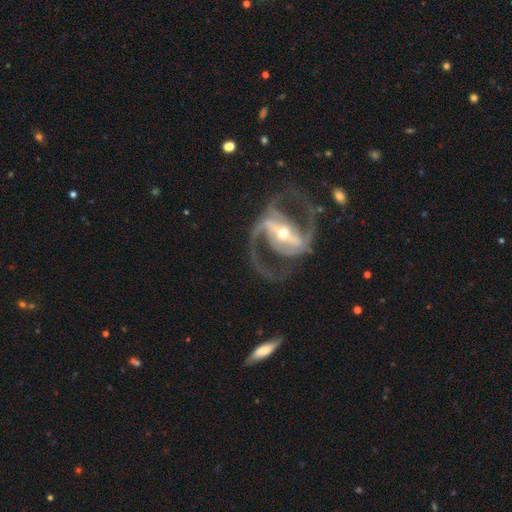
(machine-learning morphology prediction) A featured or disk galaxy (92%) with a strong bar (72%), 2 (92%) medium (58%) spiral arms (96%) and a moderate central bulge (48%).

Vote fractions:
- Smooth or featured? featured or disk: 92% / star or artifact: 5% / smooth: 4%
- Edge-on disk? no: 96% / yes: 4%
- Bar? strong: 72% / weak: 19% / no: 9%
- Spiral arms? yes: 96% / no: 4%
- Spiral winding? medium: 58% / loose: 24% / tight: 18%
- Spiral arm count? 2: 92% / can't tell: 2% / 1: 2% / 3: 2% / 4: 1% / more than 4: 1%
- Bulge size? moderate: 48% / small: 47% / large: 4% / dominant: 1% / none: 1%
- Merging? none: 68% / major disturbance: 16% / minor disturbance: 13% / merger: 3%